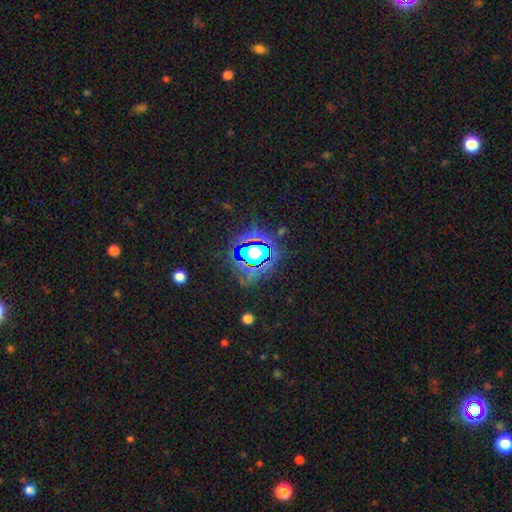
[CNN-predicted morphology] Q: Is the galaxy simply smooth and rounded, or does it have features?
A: star or artifact — 61%.